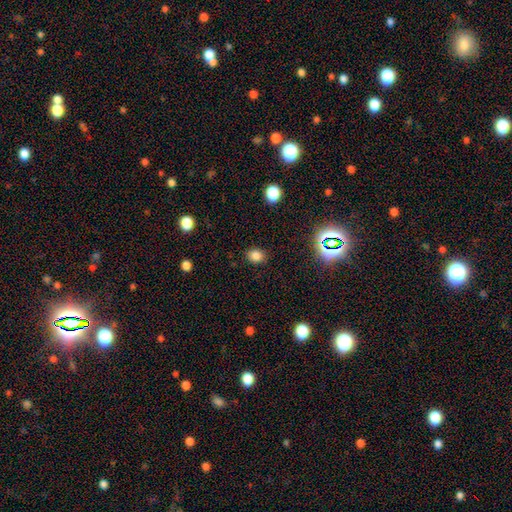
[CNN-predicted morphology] type=smooth (80%); roundness=round (55%); merging=none (88%).